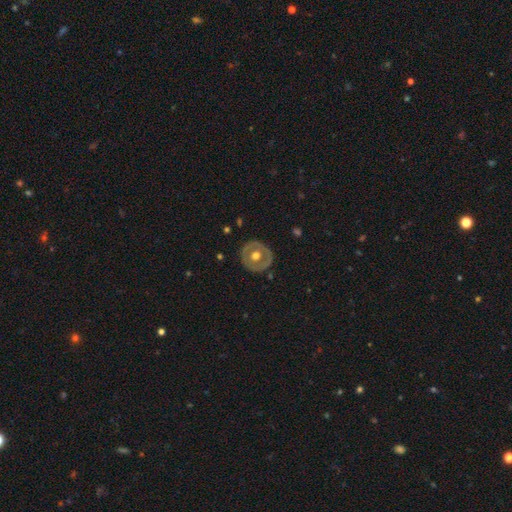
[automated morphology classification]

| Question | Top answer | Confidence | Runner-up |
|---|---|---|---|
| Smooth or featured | featured or disk | 54% | smooth (40%) |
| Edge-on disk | no | 94% | yes (6%) |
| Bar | no | 86% | weak (10%) |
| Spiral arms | no | 91% | yes (9%) |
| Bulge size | moderate | 77% | large (15%) |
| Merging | none | 85% | minor disturbance (10%) |